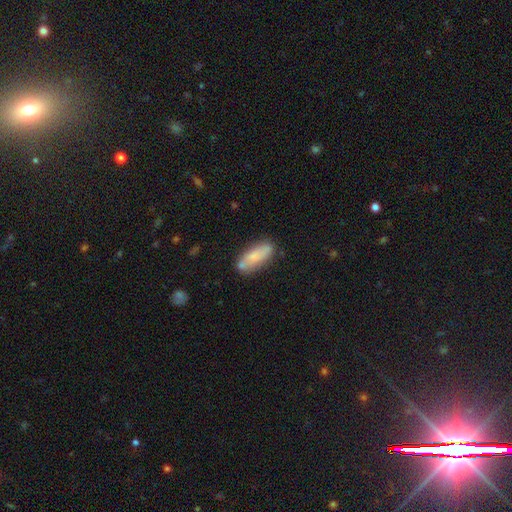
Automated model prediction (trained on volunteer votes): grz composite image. It shows a smooth galaxy with no disk features (73%) that is in between round and cigar-shaped (66%). Merging: none (65%).